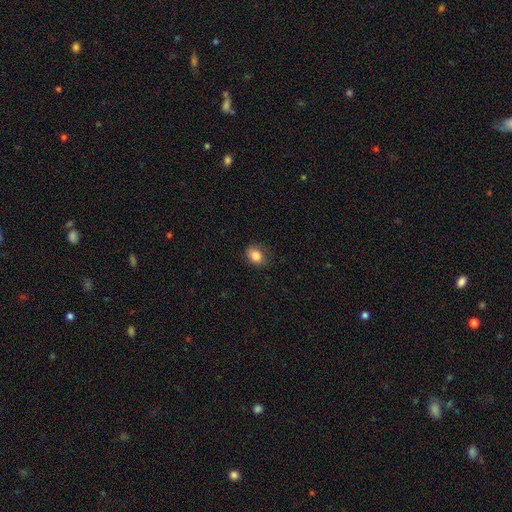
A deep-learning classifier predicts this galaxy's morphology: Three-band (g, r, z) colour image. It shows a smooth galaxy with no disk features (85%) that is in between round and cigar-shaped (58%). Merging: none (77%).